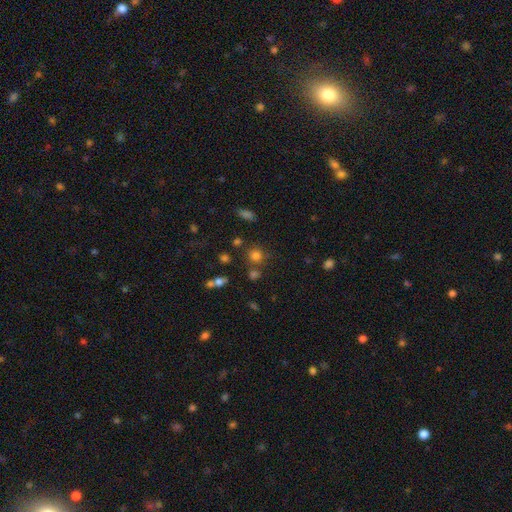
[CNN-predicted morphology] This appears to be a smooth galaxy with no disk features (75%) that is round (88%). Merging: none (71%).